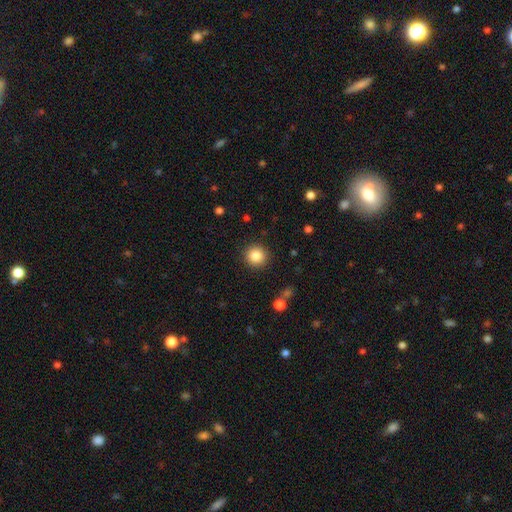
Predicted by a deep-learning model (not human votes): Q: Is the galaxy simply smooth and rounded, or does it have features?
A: smooth — 85%.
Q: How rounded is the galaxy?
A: round — 95%.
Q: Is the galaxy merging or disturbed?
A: none — 91%.